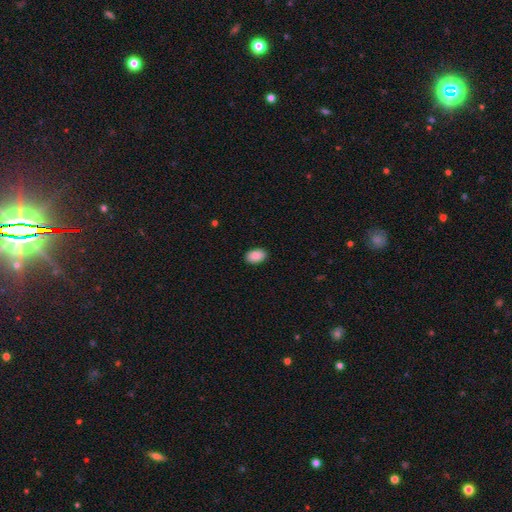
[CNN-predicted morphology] Smooth or featured? Predicted: smooth (p=0.90). How rounded? Predicted: in between (p=0.91). Merging? Predicted: none (p=0.90).